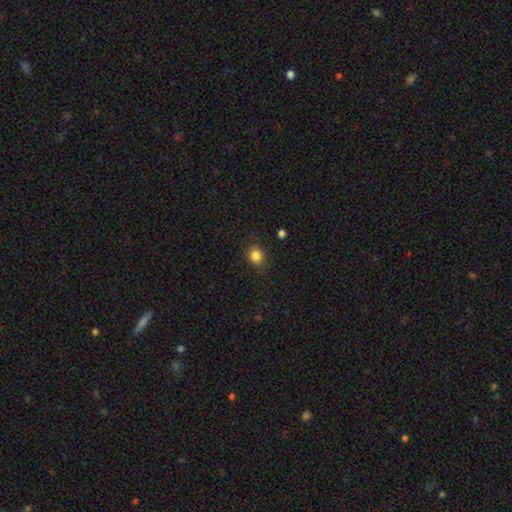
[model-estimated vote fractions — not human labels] Smooth or featured? Predicted: smooth (p=0.84). How rounded? Predicted: round (p=0.69). Merging? Predicted: none (p=0.84).